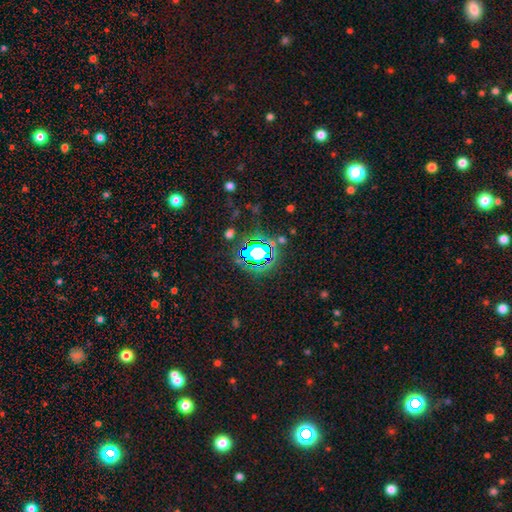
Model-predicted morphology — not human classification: type=star or artifact (70%).